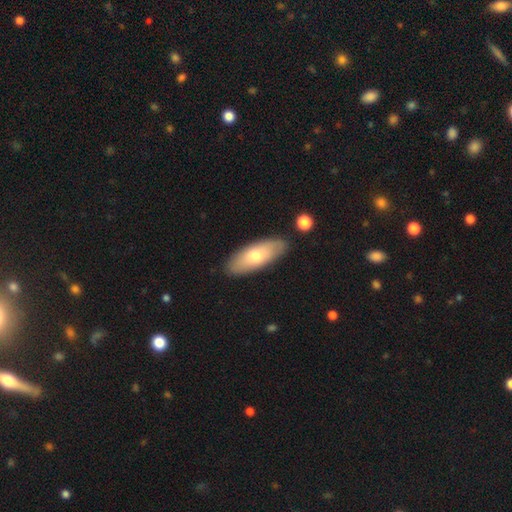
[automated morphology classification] Smooth or featured: smooth — 69% (featured or disk — 26%)
How rounded: in between — 72% (cigar-shaped — 25%)
Merging: none — 86% (minor disturbance — 10%)